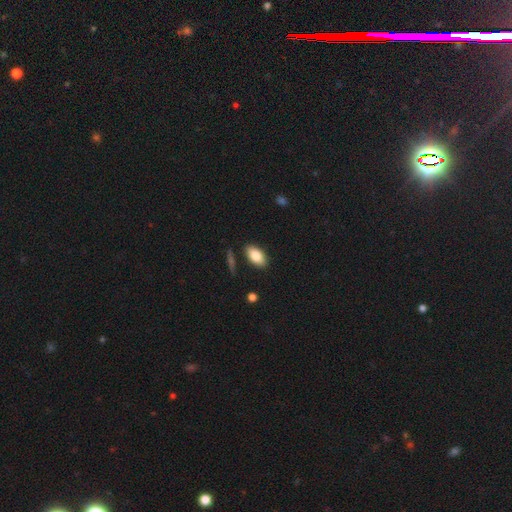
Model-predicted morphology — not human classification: Smooth or featured: smooth — 84% (featured or disk — 9%)
How rounded: in between — 93% (round — 4%)
Merging: none — 85% (minor disturbance — 10%)